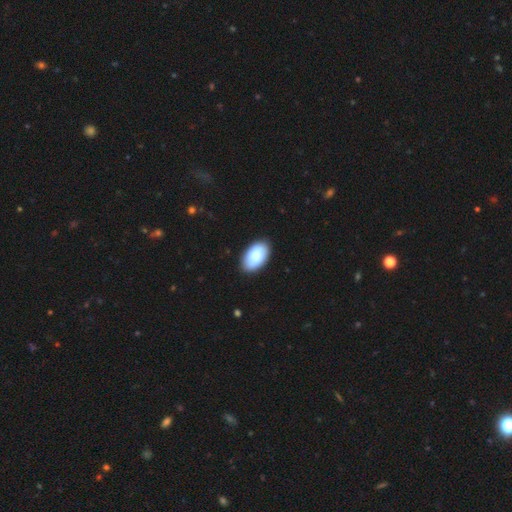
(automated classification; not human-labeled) smooth 87%, featured or disk 7%, star or artifact 6%. Down the decision tree: how rounded — in between (95%); merging — none (87%).